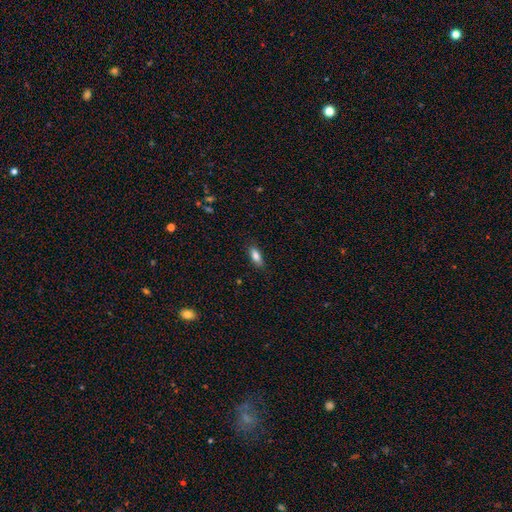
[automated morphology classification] A smooth galaxy with no disk features (84%) that is in between round and cigar-shaped (79%).

Vote fractions:
- Smooth or featured? smooth: 84% / featured or disk: 8% / star or artifact: 8%
- How rounded? in between: 79% / cigar-shaped: 19% / round: 3%
- Merging? none: 82% / minor disturbance: 14% / major disturbance: 3% / merger: 1%